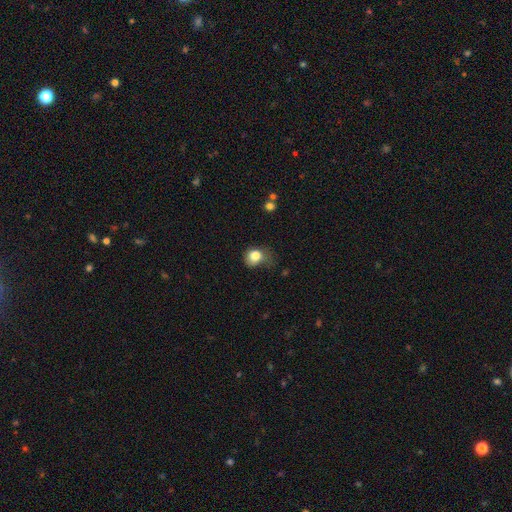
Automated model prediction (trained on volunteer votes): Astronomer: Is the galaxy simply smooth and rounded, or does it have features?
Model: smooth — 81%.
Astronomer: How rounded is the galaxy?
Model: round — 60% (runner-up: in between, 39%).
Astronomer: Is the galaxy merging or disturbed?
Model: minor disturbance — 37% (runner-up: major disturbance, 30%).